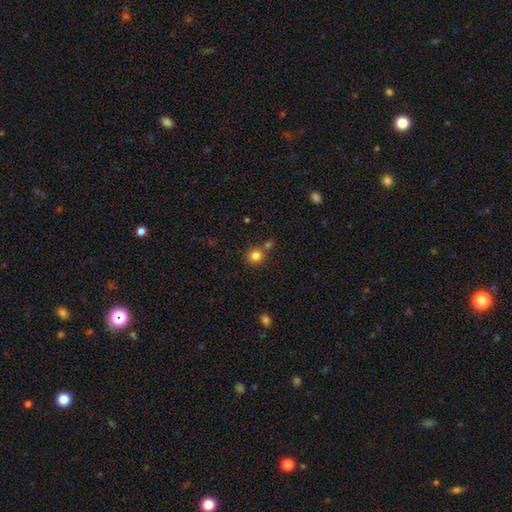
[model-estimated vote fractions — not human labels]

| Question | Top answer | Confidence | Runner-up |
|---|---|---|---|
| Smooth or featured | smooth | 83% | star or artifact (12%) |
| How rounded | round | 87% | in between (12%) |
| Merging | none | 69% | merger (19%) |